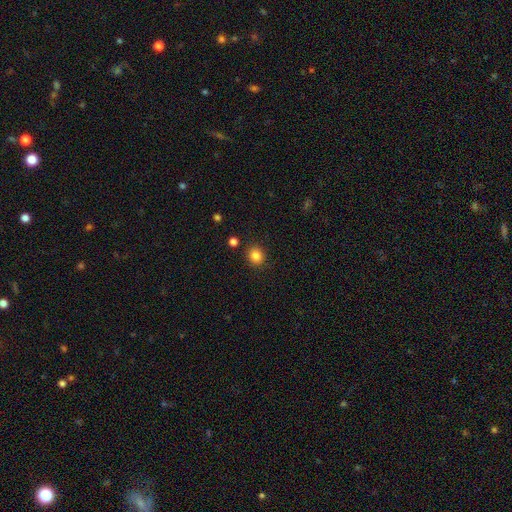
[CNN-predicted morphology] This is clearly a smooth galaxy (84%). How rounded: clearly round (84%). Merging: clearly none (89%).